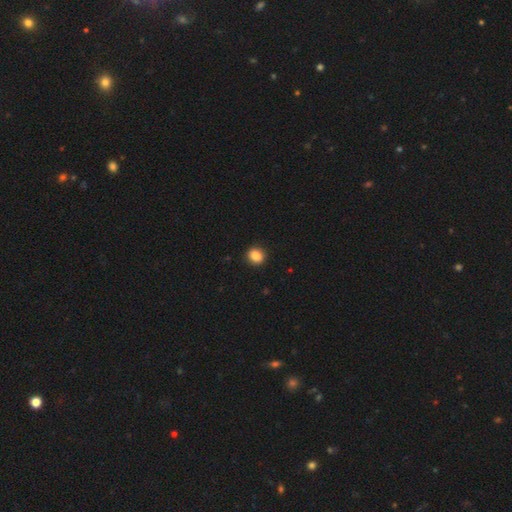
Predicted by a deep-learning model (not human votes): A smooth galaxy with no disk features (87%) that is round (67%). Merging: none (91%).